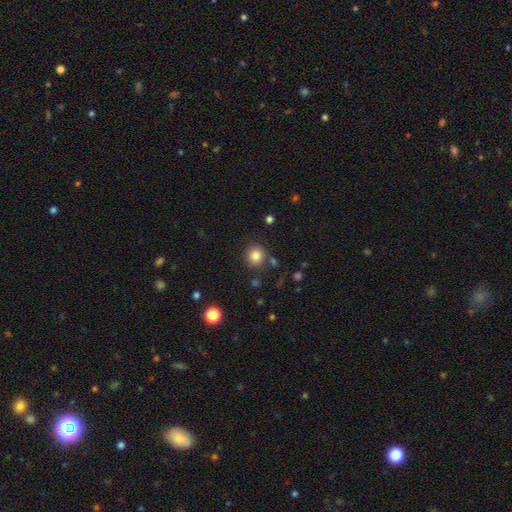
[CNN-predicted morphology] smooth-or-featured: smooth: 82% | star or artifact: 11% | featured or disk: 6%
  how-rounded: round: 89% | in between: 10% | cigar-shaped: 1%
  merging: none: 84% | minor disturbance: 8% | merger: 5% | major disturbance: 3%